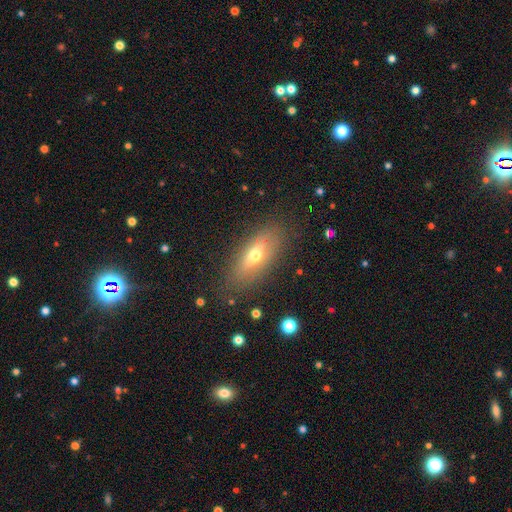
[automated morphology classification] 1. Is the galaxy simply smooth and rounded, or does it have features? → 49% smooth, 41% featured or disk, 10% star or artifact.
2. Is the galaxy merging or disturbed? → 82% none, 11% minor disturbance, 5% major disturbance, 2% merger.